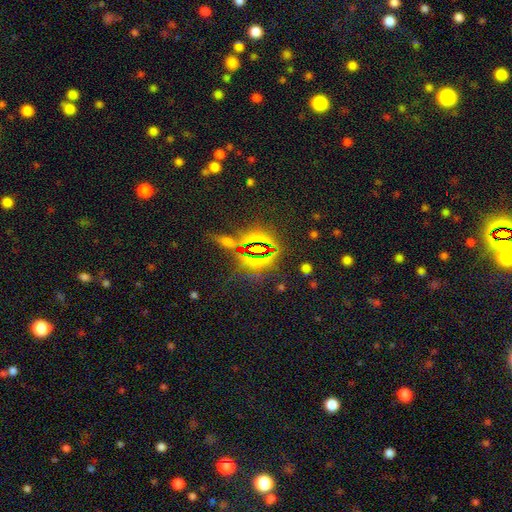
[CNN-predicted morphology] This is likely a star or artifact rather than a galaxy (79%).